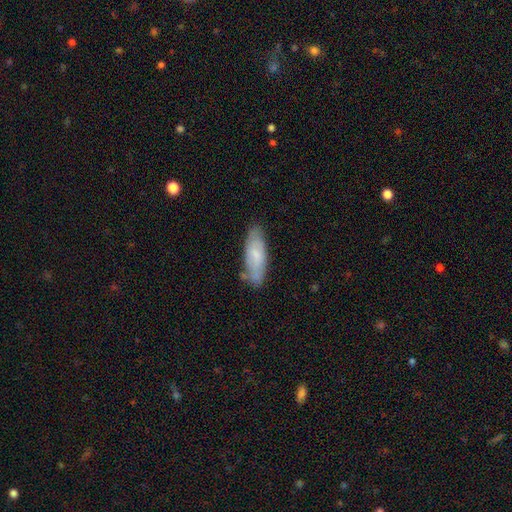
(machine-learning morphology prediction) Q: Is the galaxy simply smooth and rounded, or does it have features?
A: smooth — 55%.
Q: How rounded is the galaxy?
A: in between — 59%.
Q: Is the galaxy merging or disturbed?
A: none — 72%.